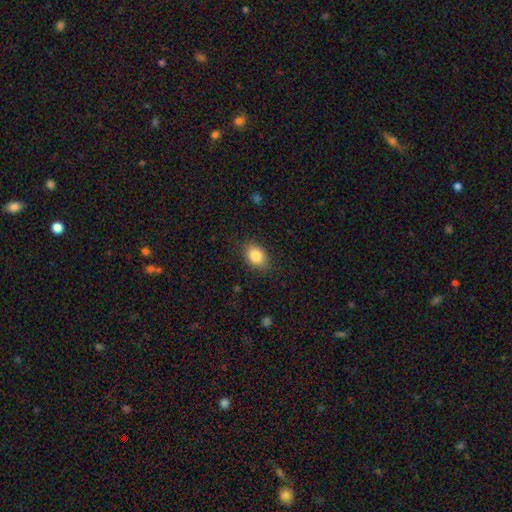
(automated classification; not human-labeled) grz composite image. It shows a smooth galaxy with no disk features (85%) that is in between round and cigar-shaped (68%). Merging: none (85%).